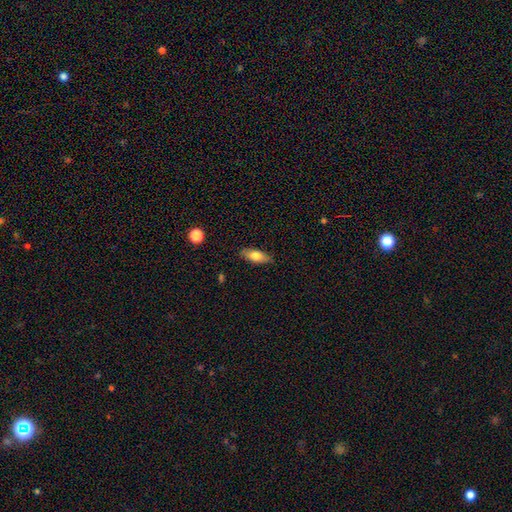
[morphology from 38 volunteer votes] Smooth or featured?
  - smooth: 74% *
  - featured or disk: 26%
  - star or artifact: 0%
How rounded?
  - in between: 71% *
  - cigar-shaped: 21%
  - round: 7%
Merging?
  - none: 82% *
  - minor disturbance: 16%
  - major disturbance: 3%
  - merger: 0%